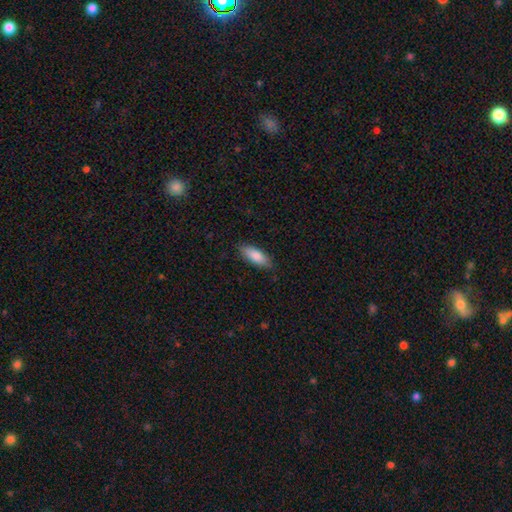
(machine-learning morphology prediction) Smooth or featured? Predicted: smooth (p=0.83). How rounded? Predicted: in between (p=0.66). Merging? Predicted: none (p=0.84).